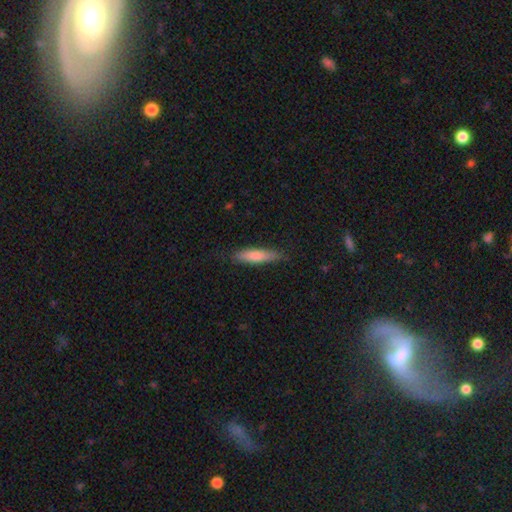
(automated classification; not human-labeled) This is likely a smooth galaxy (78%). How rounded: likely cigar-shaped (74%). Merging: clearly none (81%).